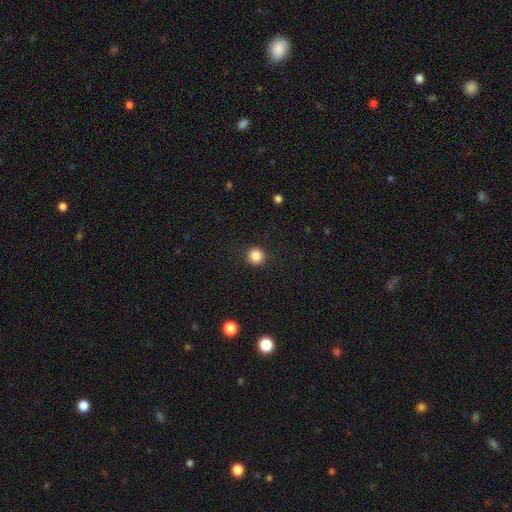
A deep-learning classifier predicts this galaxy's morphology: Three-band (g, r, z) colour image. It shows a smooth galaxy with no disk features (86%) that is round (95%). Merging: none (92%).